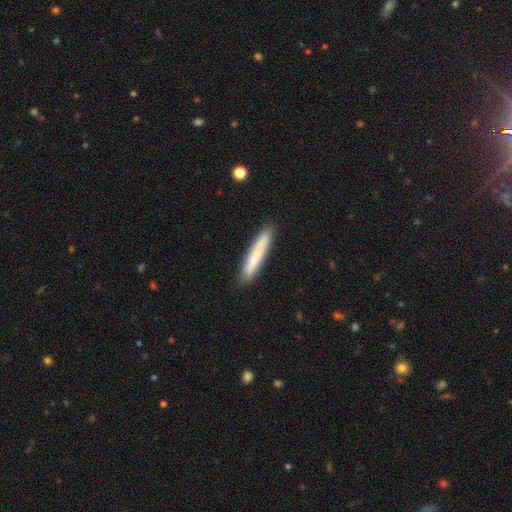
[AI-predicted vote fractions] Morphology: type=smooth (75%); roundness=cigar-shaped (94%); merging=none (89%).